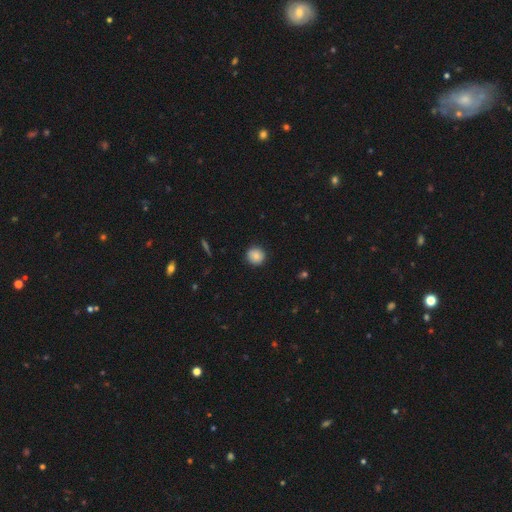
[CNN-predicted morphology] smooth_or_featured: smooth (p=0.85) [alt: star or artifact p=0.09]
how_rounded: round (p=0.92) [alt: in between p=0.07]
merging: none (p=0.89) [alt: minor disturbance p=0.08]